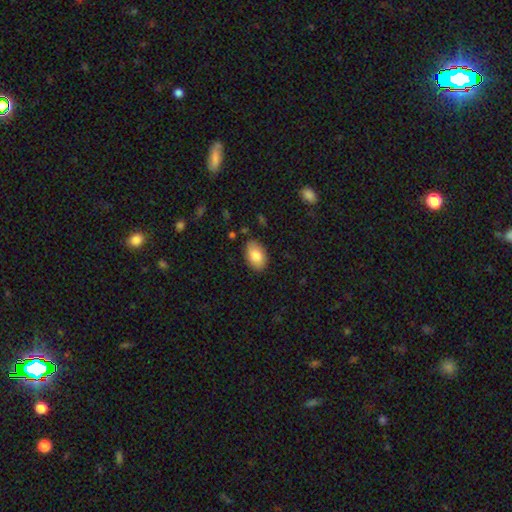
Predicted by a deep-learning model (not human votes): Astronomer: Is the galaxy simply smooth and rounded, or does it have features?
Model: smooth — 82%.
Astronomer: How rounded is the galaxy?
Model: in between — 91%.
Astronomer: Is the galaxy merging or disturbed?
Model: none — 86%.